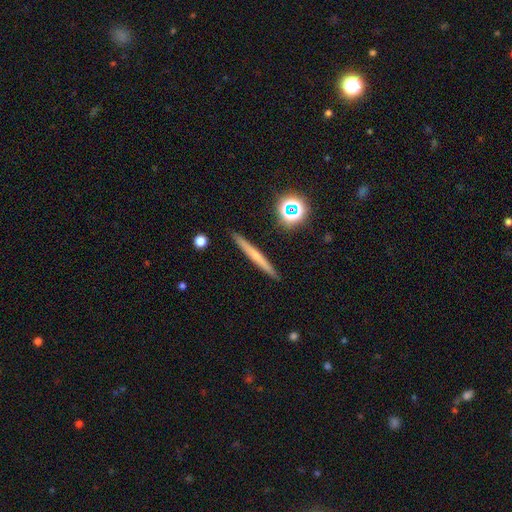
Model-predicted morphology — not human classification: smooth 48%, featured or disk 42%, star or artifact 10%. Down the decision tree: merging — none (91%).